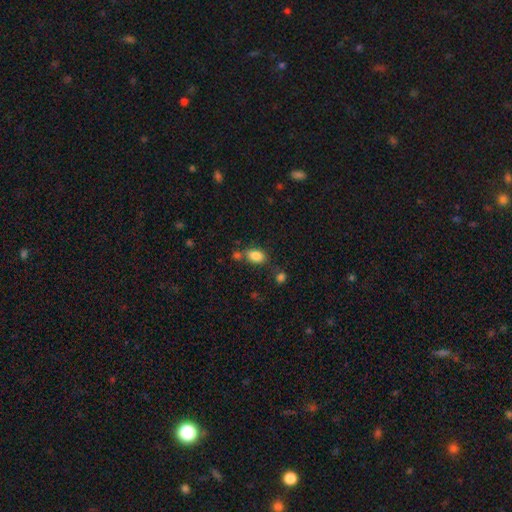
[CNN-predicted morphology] Smooth or featured?
  - smooth: 84% *
  - star or artifact: 9%
  - featured or disk: 6%
How rounded?
  - in between: 84% *
  - round: 14%
  - cigar-shaped: 2%
Merging?
  - none: 64% *
  - merger: 16%
  - minor disturbance: 15%
  - major disturbance: 5%